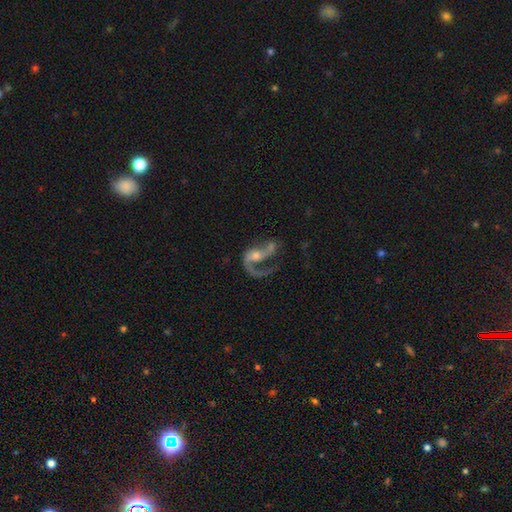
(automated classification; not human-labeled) Smooth or featured? Predicted: featured or disk (p=0.83). Edge-on disk? Predicted: no (p=0.97). Bar? Predicted: no (p=0.52). Spiral arms? Predicted: yes (p=0.91). Spiral winding? Predicted: loose (p=0.63). Spiral arm count? Predicted: 2 (p=0.54). Bulge size? Predicted: small (p=0.45, tied with moderate). Merging? Predicted: major disturbance (p=0.39).